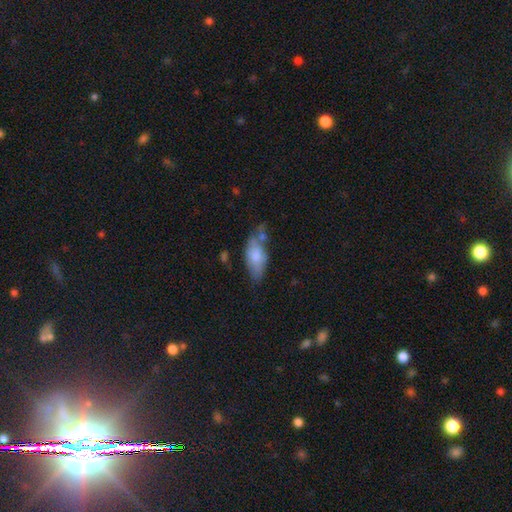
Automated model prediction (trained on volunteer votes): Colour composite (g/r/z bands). It shows a smooth galaxy with no disk features (68%) that is in between round and cigar-shaped (86%). Merging: none (41%).